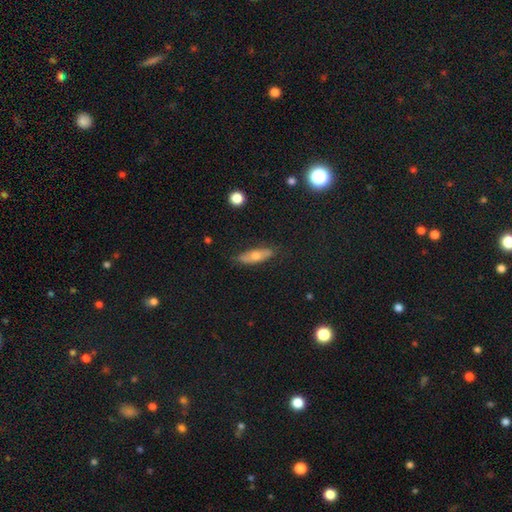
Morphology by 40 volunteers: This is possibly a featured or disk galaxy (52%). It is possibly not viewed edge-on (52%). Bar: clearly no (91%). Spiral arm pattern: clearly no (82%). Central bulge: likely moderate (73%). Merging: clearly none (90%).